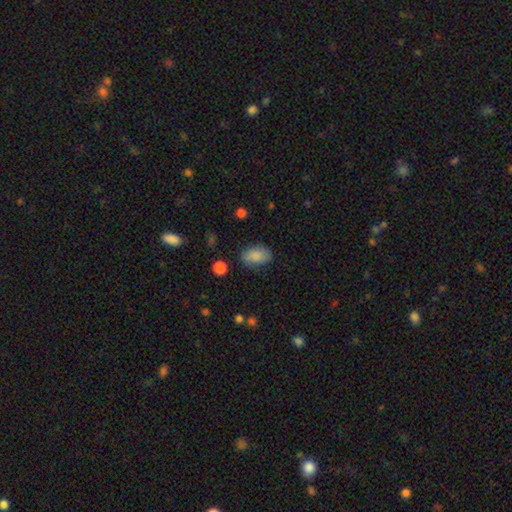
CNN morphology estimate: This appears to be a smooth galaxy with no disk features (85%) that is in between round and cigar-shaped (89%). Merging: none (76%).